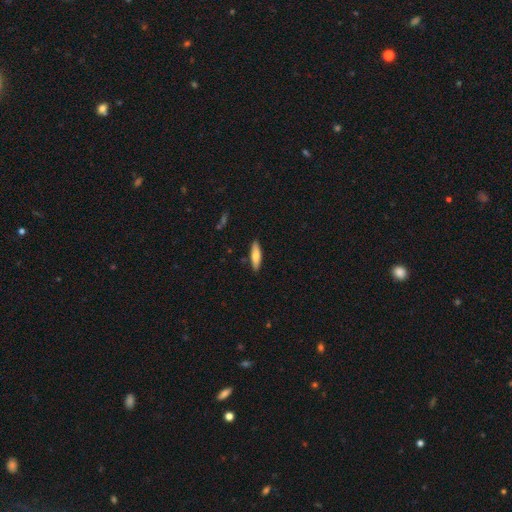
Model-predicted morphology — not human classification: smooth-or-featured: smooth: 73% | featured or disk: 21% | star or artifact: 6%
  how-rounded: cigar-shaped: 65% | in between: 33% | round: 2%
  merging: none: 87% | minor disturbance: 9% | major disturbance: 2% | merger: 2%